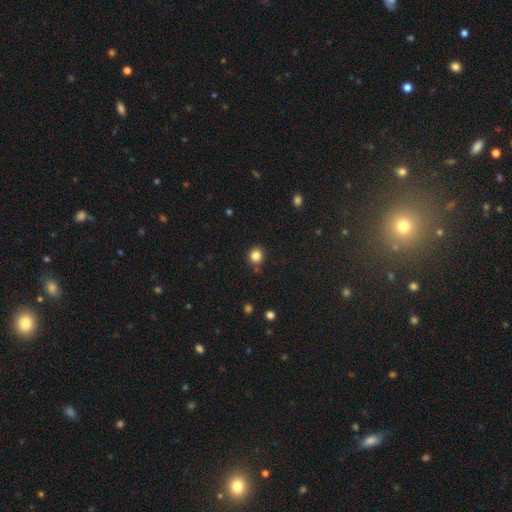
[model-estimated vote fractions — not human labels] This is clearly a smooth galaxy (83%). How rounded: clearly round (87%). Merging: clearly none (84%).